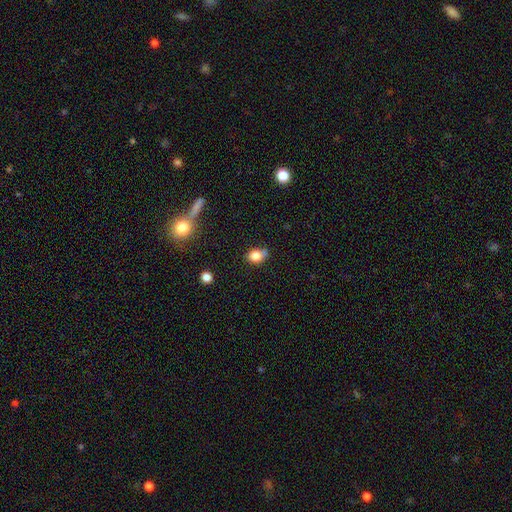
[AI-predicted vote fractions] This appears to be a smooth galaxy with no disk features (81%) that is in between round and cigar-shaped (61%). Merging: none (51%).